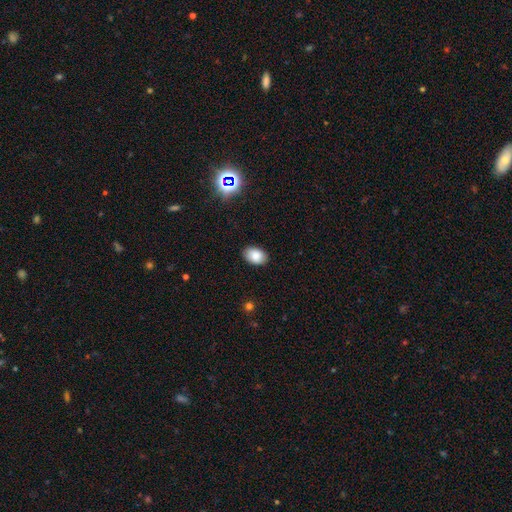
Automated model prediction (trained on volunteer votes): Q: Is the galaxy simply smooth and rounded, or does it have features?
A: smooth — 85%.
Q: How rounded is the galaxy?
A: in between — 86%.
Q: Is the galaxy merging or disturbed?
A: none — 87%.